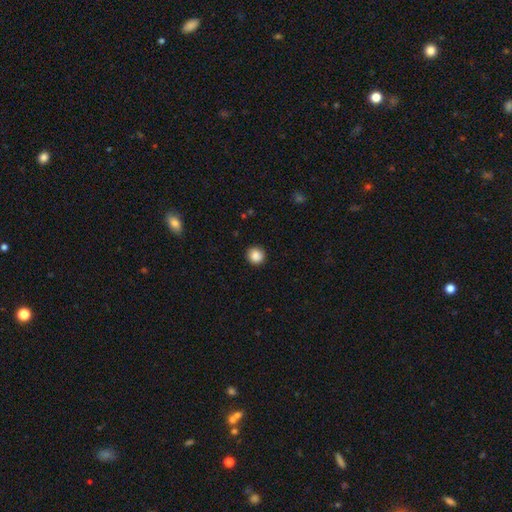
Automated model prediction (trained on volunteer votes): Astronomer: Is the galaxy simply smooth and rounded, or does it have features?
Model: smooth — 87%.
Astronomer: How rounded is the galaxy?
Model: round — 93%.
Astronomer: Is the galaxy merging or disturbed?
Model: none — 91%.